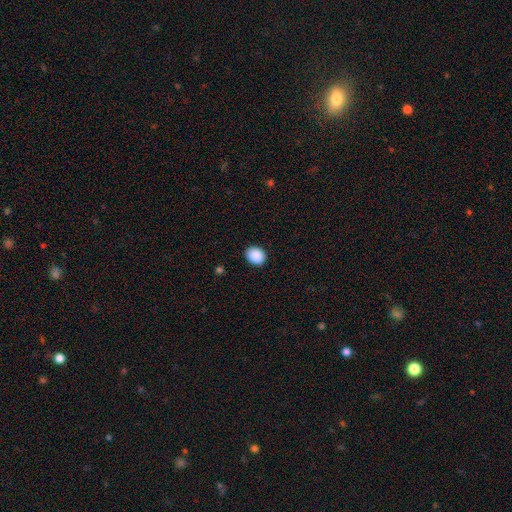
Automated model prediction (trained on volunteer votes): The model was most divided on "how rounded": round: 54%, in between: 45%, cigar-shaped: 1%. More confident: smooth or featured — smooth (90%); merging — none (89%).